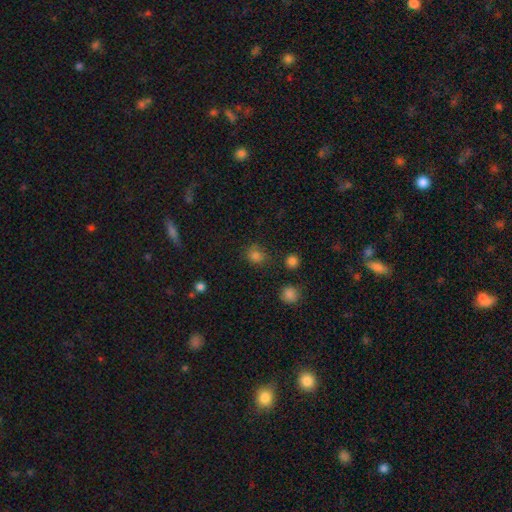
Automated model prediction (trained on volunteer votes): Morphology: type=smooth (78%); roundness=round (79%); merging=none (74%).